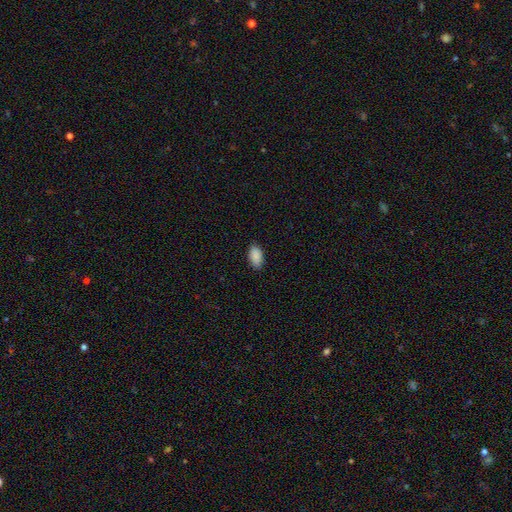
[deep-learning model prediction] This appears to be a smooth galaxy with no disk features (90%) that is in between round and cigar-shaped (94%). Merging: none (86%).